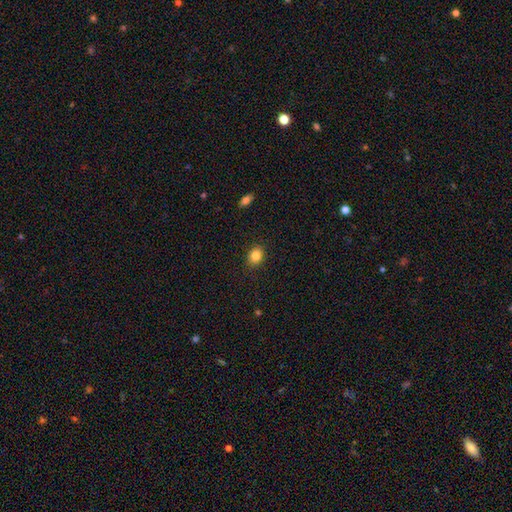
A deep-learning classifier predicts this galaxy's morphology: This is clearly a smooth galaxy (84%). How rounded: possibly round (59%). Merging: clearly none (89%).